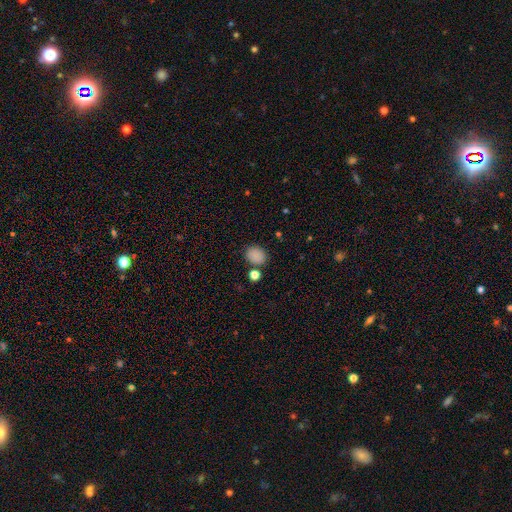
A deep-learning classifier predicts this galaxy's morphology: type=smooth (85%); roundness=round (55%); merging=none (78%).